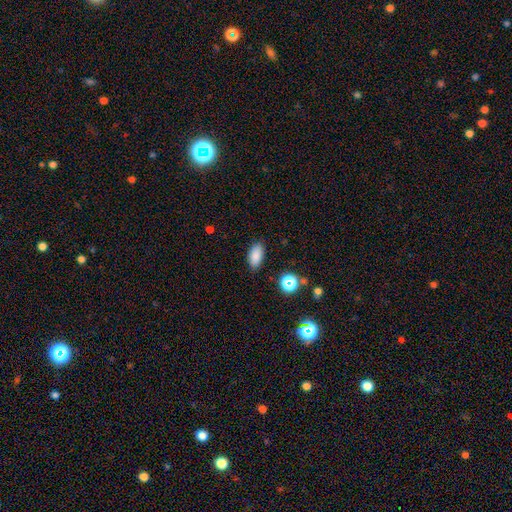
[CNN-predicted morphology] smooth-or-featured: smooth: 85% | star or artifact: 10% | featured or disk: 5%
  how-rounded: in between: 91% | round: 5% | cigar-shaped: 3%
  merging: none: 85% | minor disturbance: 11% | major disturbance: 3% | merger: 2%